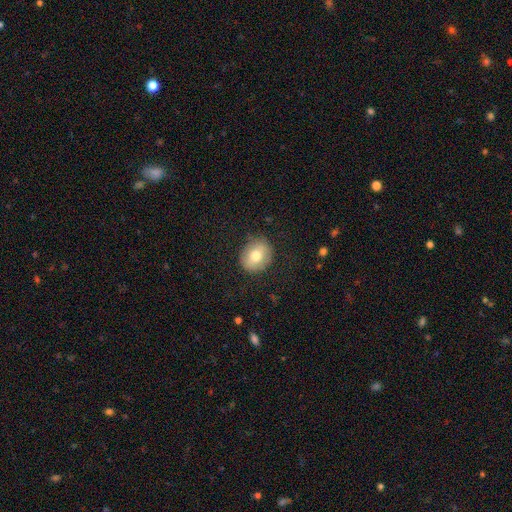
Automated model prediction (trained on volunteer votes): The model was most divided on "how rounded": round: 68%, in between: 31%, cigar-shaped: 1%. More confident: merging — none (81%); smooth or featured — smooth (72%).